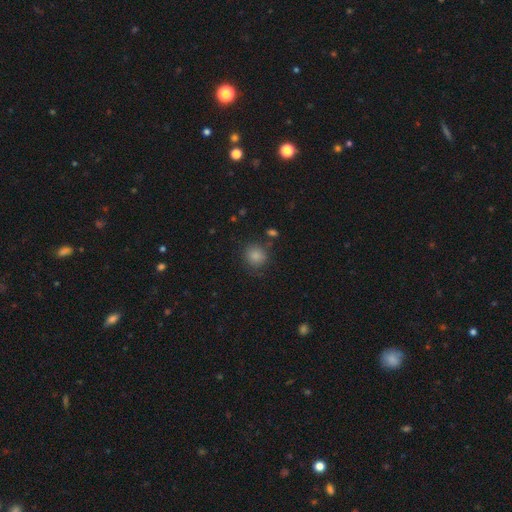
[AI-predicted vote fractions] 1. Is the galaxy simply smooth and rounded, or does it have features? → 85% smooth, 11% star or artifact, 5% featured or disk.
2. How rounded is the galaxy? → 87% round, 12% in between, 1% cigar-shaped.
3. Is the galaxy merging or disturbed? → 81% none, 11% minor disturbance, 4% major disturbance, 3% merger.